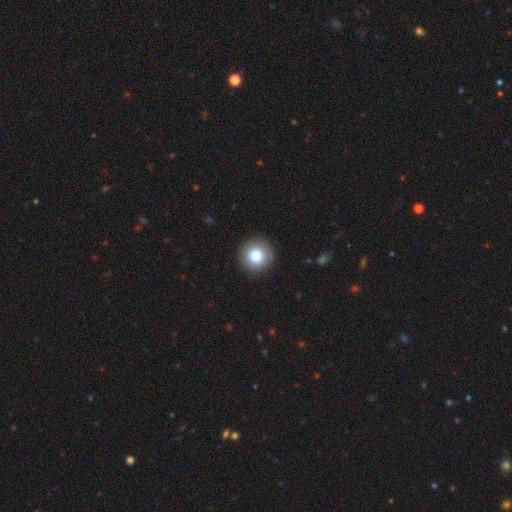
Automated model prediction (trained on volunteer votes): smooth 82%, star or artifact 10%, featured or disk 8%. Down the decision tree: how rounded — round (94%); merging — none (90%).